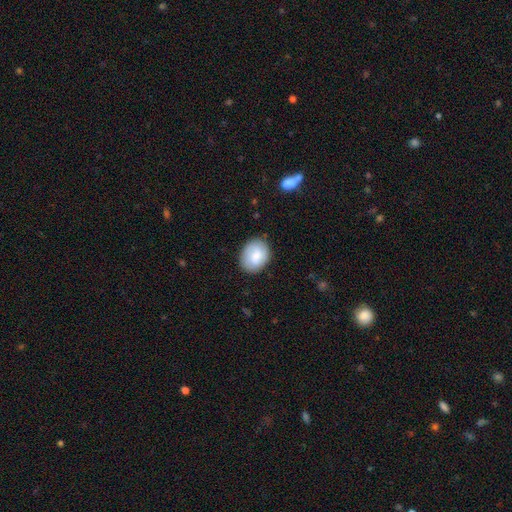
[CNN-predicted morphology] type=smooth (77%); roundness=in between (62%); merging=none (83%).